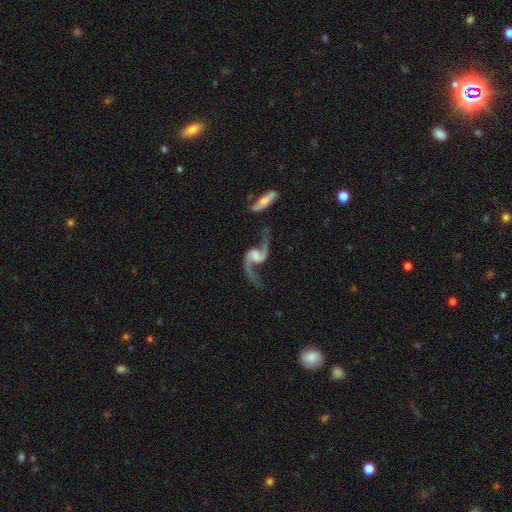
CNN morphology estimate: This is clearly a featured or disk galaxy (92%). It is clearly not viewed edge-on (97%). Bar: marginally weak (44%). Spiral arm pattern: clearly yes (97%). Spiral arm count: clearly 2 (93%). Spiral winding: clearly loose (82%). Central bulge: marginally moderate (30%). Merging: likely none (64%).